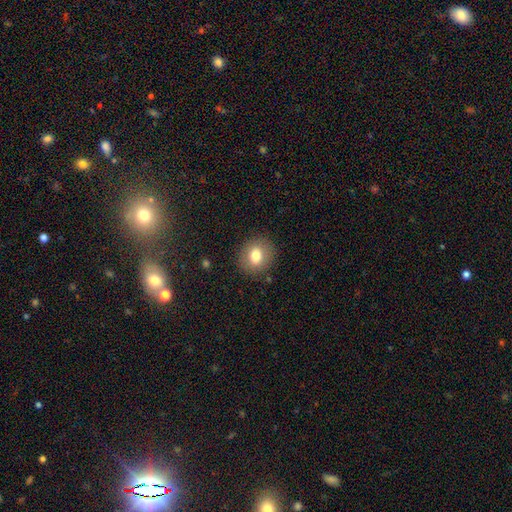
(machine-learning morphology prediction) Q: Smooth or featured?
A: smooth (77%); runner-up: featured or disk (13%)
Q: How rounded?
A: round (71%); runner-up: in between (28%)
Q: Merging?
A: none (87%); runner-up: minor disturbance (9%)